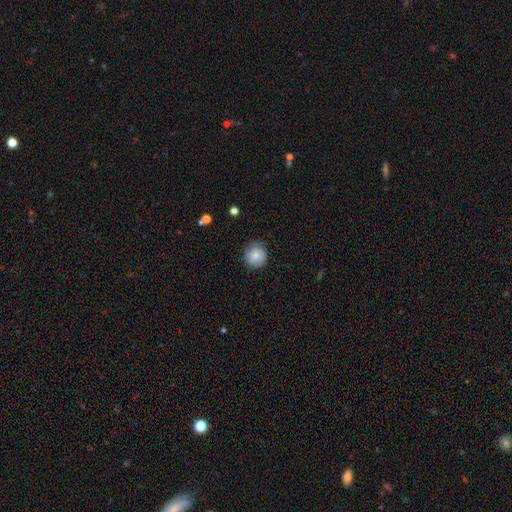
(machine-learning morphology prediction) This is clearly a smooth galaxy (83%). How rounded: clearly round (94%). Merging: clearly none (86%).